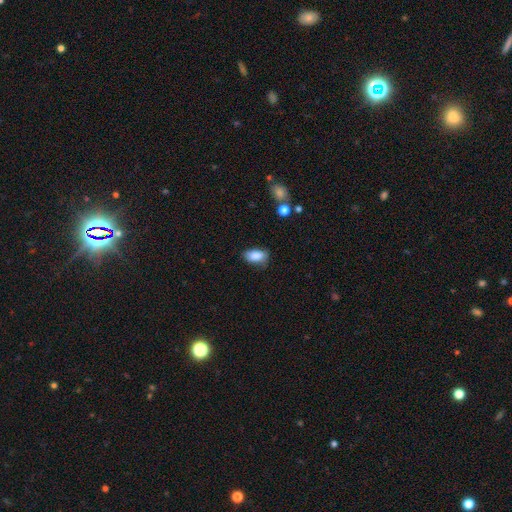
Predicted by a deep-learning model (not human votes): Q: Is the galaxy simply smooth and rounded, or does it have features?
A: smooth — 85%.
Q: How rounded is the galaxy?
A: in between — 91%.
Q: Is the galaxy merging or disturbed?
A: none — 69%.